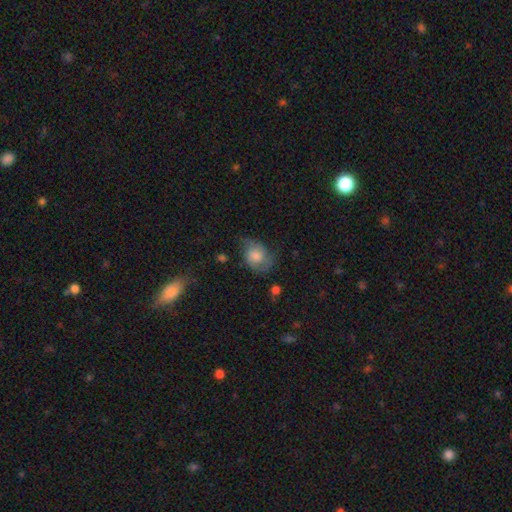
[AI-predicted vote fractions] A smooth galaxy with no disk features (63%) that is in between round and cigar-shaped (56%). Merging: none (48%).